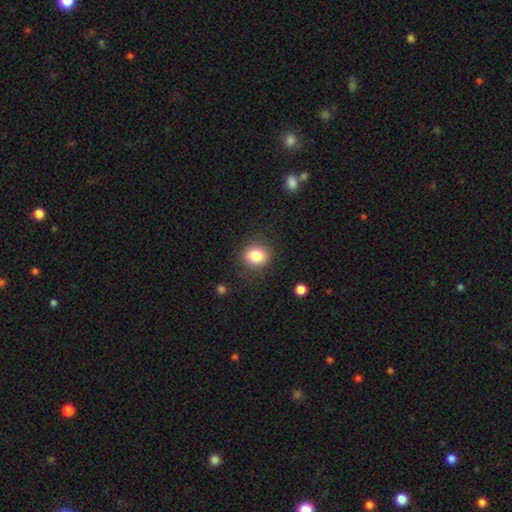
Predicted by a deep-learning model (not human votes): Morphology: type=smooth (84%); roundness=round (70%); merging=none (86%).